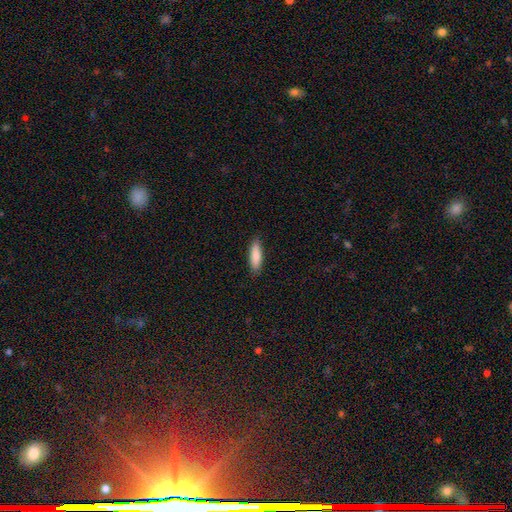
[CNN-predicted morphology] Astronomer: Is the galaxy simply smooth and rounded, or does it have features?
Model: smooth — 86%.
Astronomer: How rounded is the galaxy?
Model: cigar-shaped — 57% (runner-up: in between, 41%).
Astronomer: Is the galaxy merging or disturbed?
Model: none — 87%.